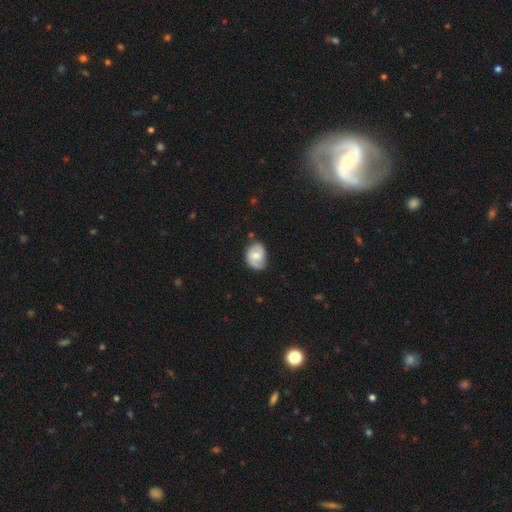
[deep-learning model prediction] A smooth galaxy with no disk features (49%). Merging: none (63%).